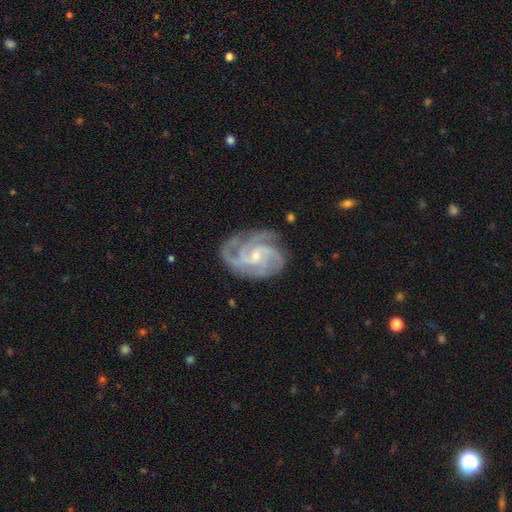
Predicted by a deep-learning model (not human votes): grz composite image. It shows a featured or disk galaxy (90%) with no bar (49%), 3 (44%) tight (52%) spiral arms (98%) and a small central bulge (63%). Merging: none (75%).